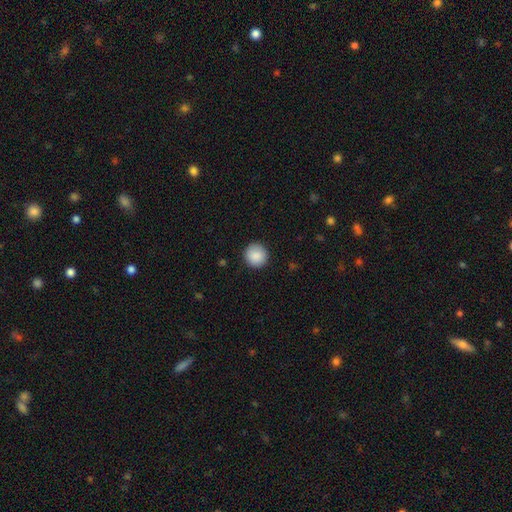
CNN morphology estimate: smooth-or-featured: smooth: 89% | star or artifact: 7% | featured or disk: 4%
  how-rounded: round: 95% | in between: 5% | cigar-shaped: 1%
  merging: none: 91% | minor disturbance: 6% | major disturbance: 2% | merger: 1%